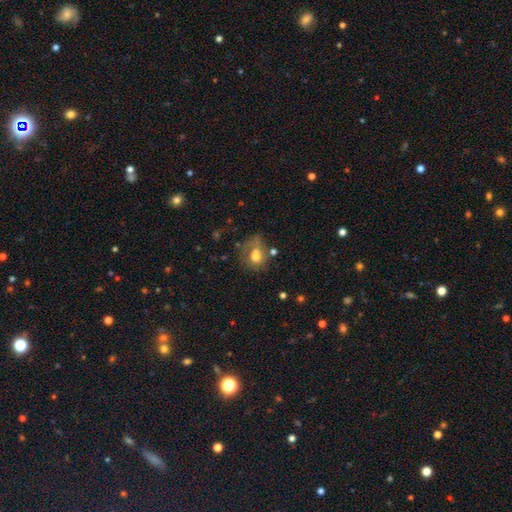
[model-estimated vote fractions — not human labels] This is likely a smooth galaxy (63%). How rounded: possibly round (50%). Merging: marginally none (33%).